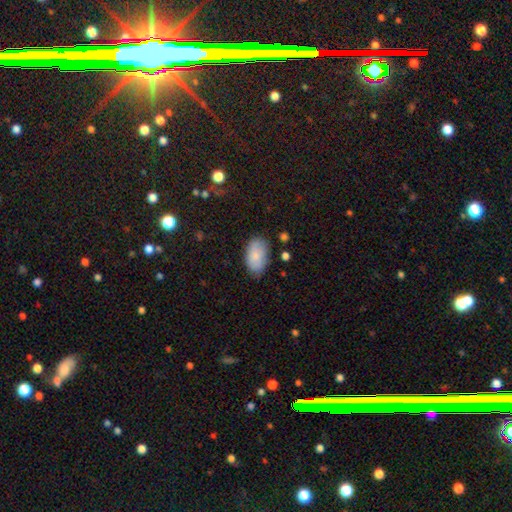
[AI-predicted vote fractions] Smooth or featured? Predicted: smooth (p=0.84). How rounded? Predicted: in between (p=0.93). Merging? Predicted: none (p=0.76).